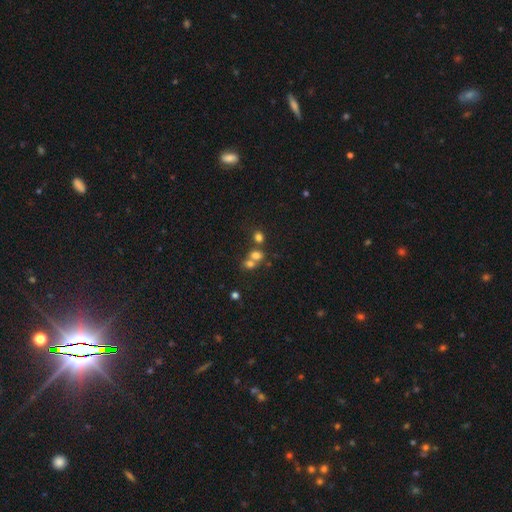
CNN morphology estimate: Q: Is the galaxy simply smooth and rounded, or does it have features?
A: smooth — 70%.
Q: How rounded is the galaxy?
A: round — 57%.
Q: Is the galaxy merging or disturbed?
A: merger — 54%.